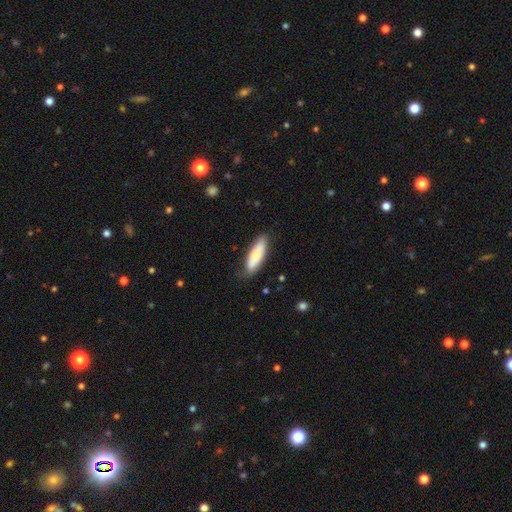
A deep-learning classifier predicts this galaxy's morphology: type=smooth (71%); roundness=in between (52%); merging=none (77%).